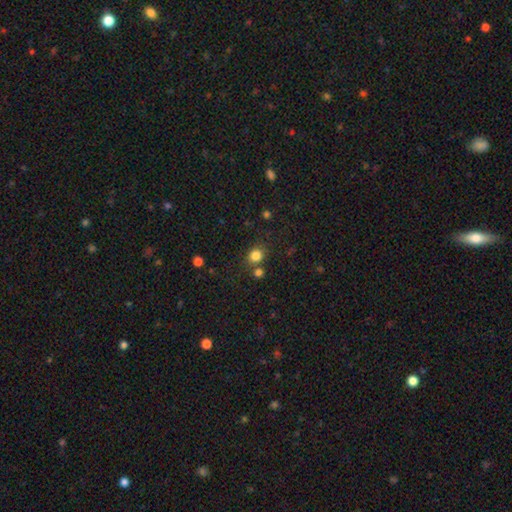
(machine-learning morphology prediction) type=smooth (82%); roundness=round (69%); merging=none (70%).